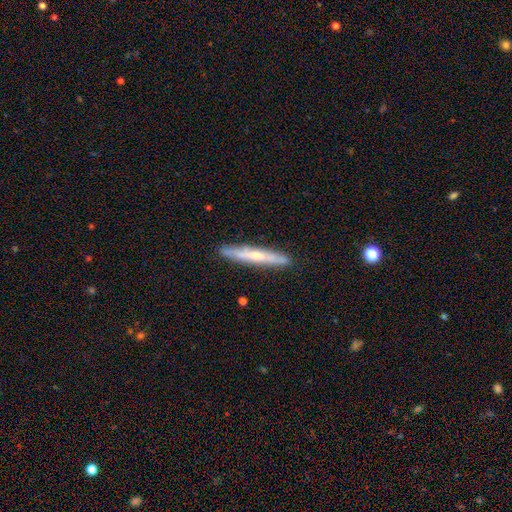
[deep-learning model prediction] This appears to be a featured or disk galaxy (52%) viewed edge-on (90%). Merging: none (89%).